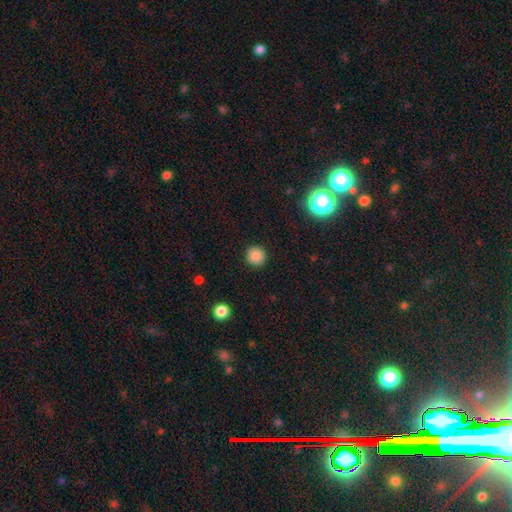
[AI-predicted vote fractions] smooth-or-featured: smooth: 86% | star or artifact: 11% | featured or disk: 3%
  how-rounded: round: 93% | in between: 6% | cigar-shaped: 1%
  merging: none: 92% | minor disturbance: 5% | major disturbance: 2% | merger: 1%